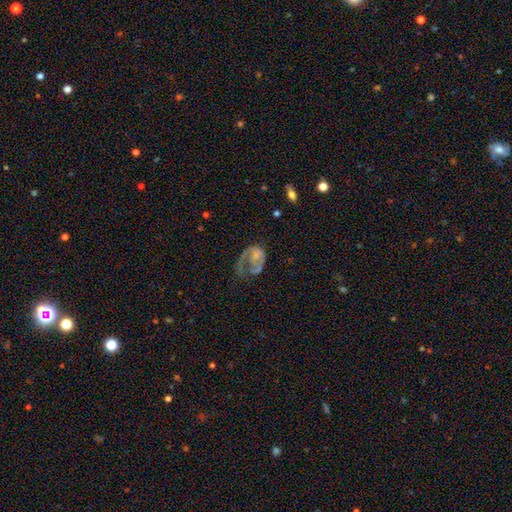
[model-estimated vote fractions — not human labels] Morphology: type=featured or disk (53%); edge-on=no (98%); bar=no (83%); spiral arms=no (59%); bulge=none (47%); merging=major disturbance (56%).